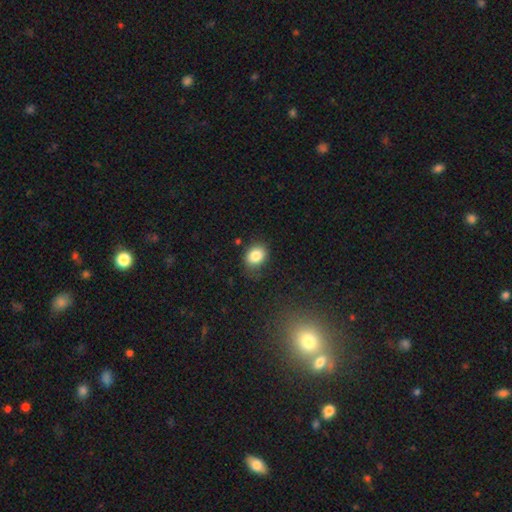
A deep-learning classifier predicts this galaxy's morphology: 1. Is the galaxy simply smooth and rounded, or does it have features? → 85% smooth, 9% star or artifact, 6% featured or disk.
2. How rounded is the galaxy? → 59% in between, 40% round, 1% cigar-shaped.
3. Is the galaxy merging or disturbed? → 76% none, 17% minor disturbance, 5% major disturbance, 2% merger.